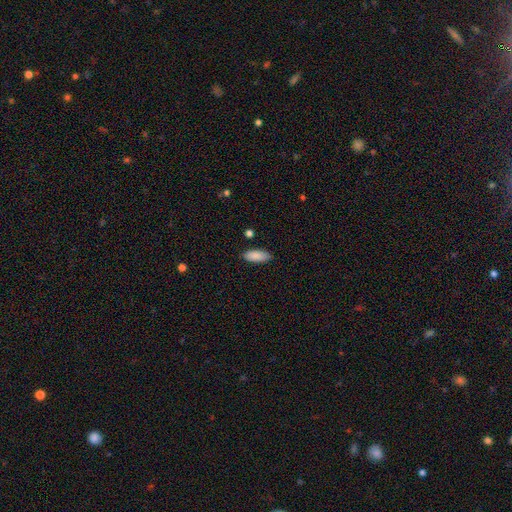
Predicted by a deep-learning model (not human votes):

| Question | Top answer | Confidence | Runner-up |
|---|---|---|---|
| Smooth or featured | smooth | 88% | star or artifact (6%) |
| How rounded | in between | 83% | cigar-shaped (15%) |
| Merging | none | 85% | minor disturbance (11%) |